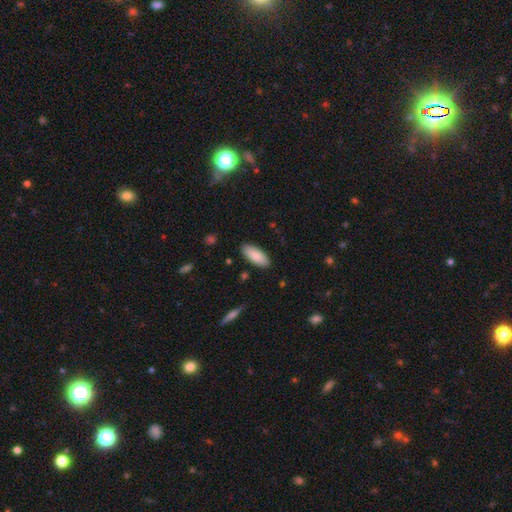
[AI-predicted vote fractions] This is clearly a smooth galaxy (88%). How rounded: clearly in between (83%). Merging: clearly none (87%).